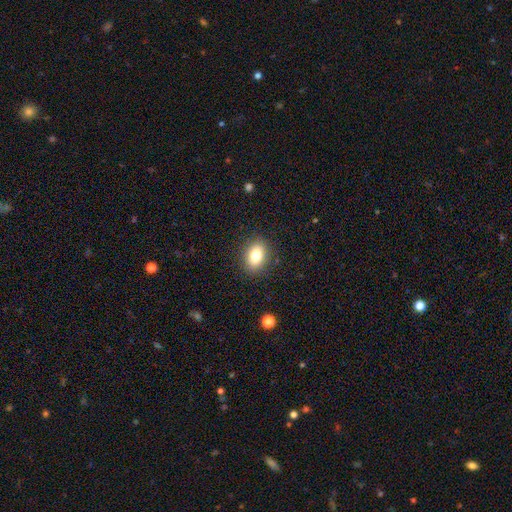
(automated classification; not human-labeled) The model was most divided on "how rounded": in between: 79%, round: 19%, cigar-shaped: 2%. More confident: merging — none (88%); smooth or featured — smooth (80%).